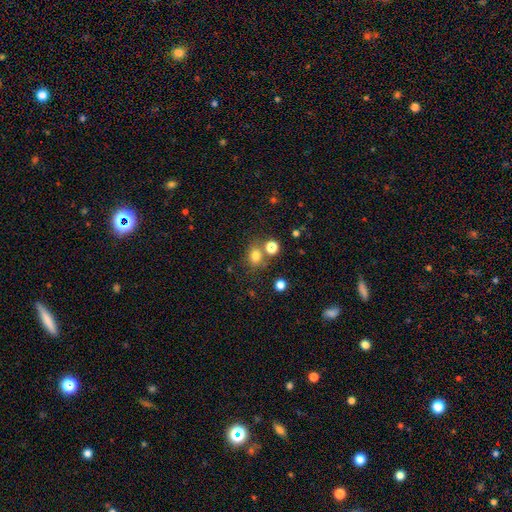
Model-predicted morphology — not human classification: Smooth or featured? smooth (74%)
How rounded? round (63%)
Merging? none (65%)